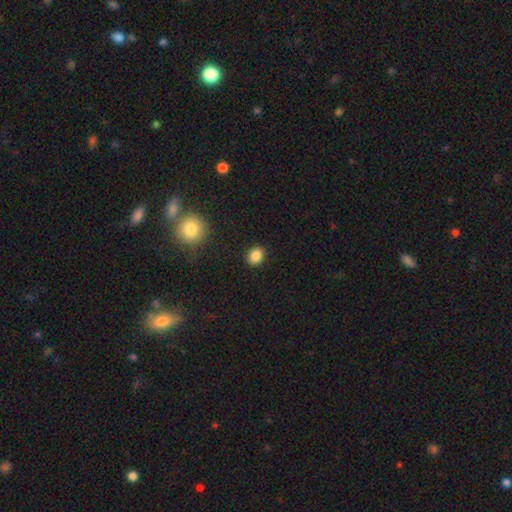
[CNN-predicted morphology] smooth_or_featured: smooth (p=0.86) [alt: star or artifact p=0.10]
how_rounded: round (p=0.56) [alt: in between p=0.43]
merging: none (p=0.90) [alt: minor disturbance p=0.06]